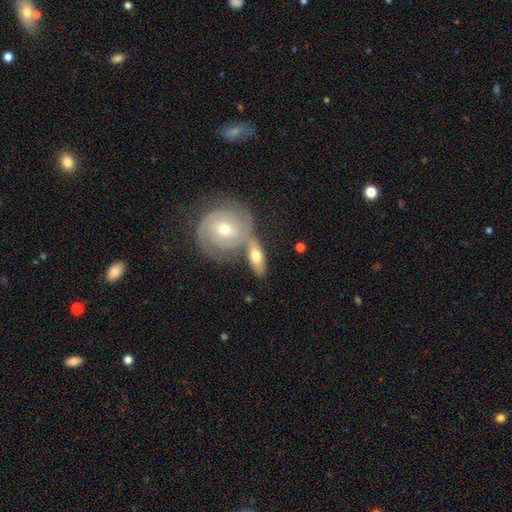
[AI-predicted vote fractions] Morphology: type=featured or disk (53%); edge-on=no (80%); merging=none (47%).